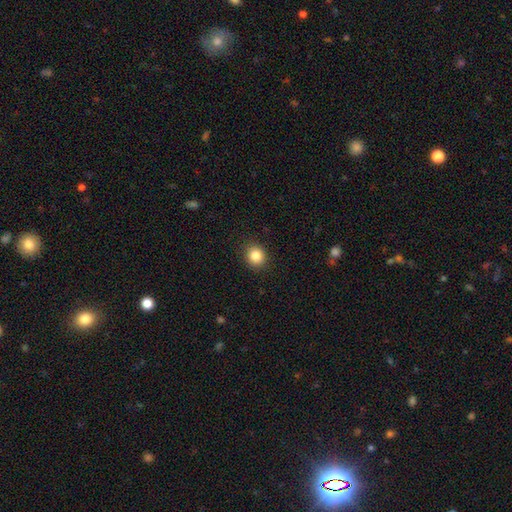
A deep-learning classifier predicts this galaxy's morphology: smooth_or_featured: smooth (p=0.85) [alt: star or artifact p=0.10]
how_rounded: round (p=0.83) [alt: in between p=0.16]
merging: none (p=0.90) [alt: minor disturbance p=0.07]